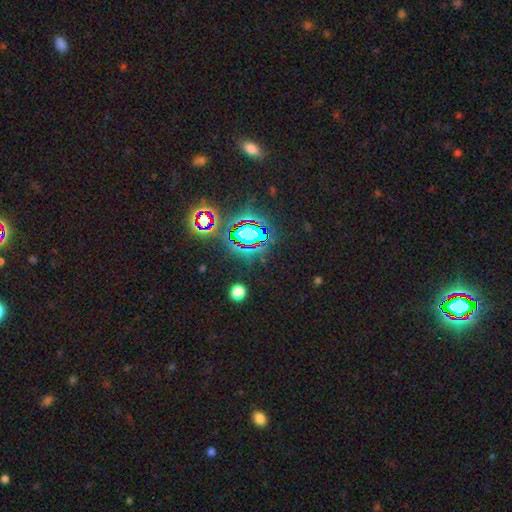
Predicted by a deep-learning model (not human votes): Smooth or featured? star or artifact (81%)